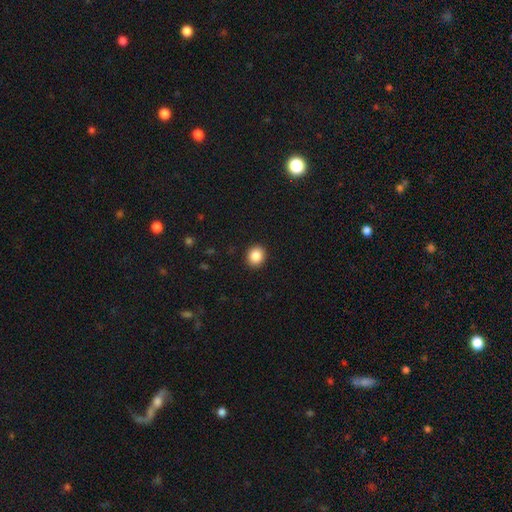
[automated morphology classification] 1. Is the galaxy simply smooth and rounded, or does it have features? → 87% smooth, 9% star or artifact, 4% featured or disk.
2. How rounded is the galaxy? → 72% round, 27% in between, 1% cigar-shaped.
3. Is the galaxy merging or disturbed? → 92% none, 5% minor disturbance, 2% major disturbance, 1% merger.